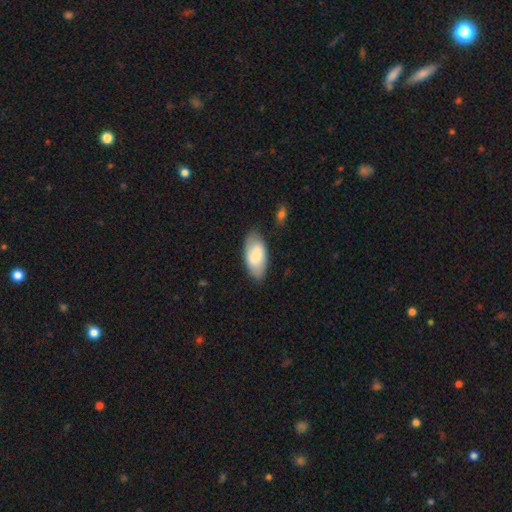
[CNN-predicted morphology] Q: Smooth or featured?
A: smooth (75%); runner-up: featured or disk (19%)
Q: How rounded?
A: in between (94%); runner-up: cigar-shaped (3%)
Q: Merging?
A: none (77%); runner-up: minor disturbance (17%)